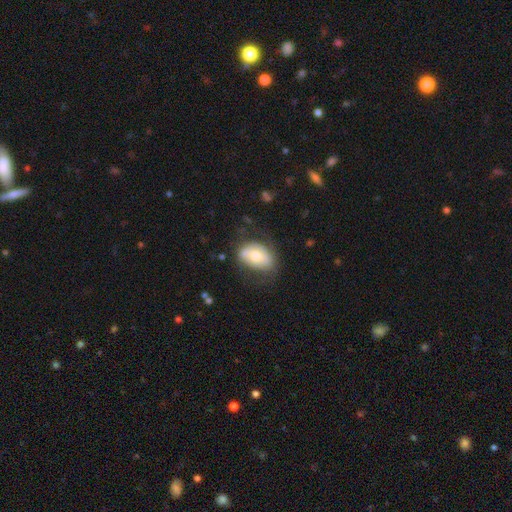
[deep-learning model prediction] This appears to be a smooth galaxy with no disk features (61%) that is in between round and cigar-shaped (85%). Merging: none (63%).